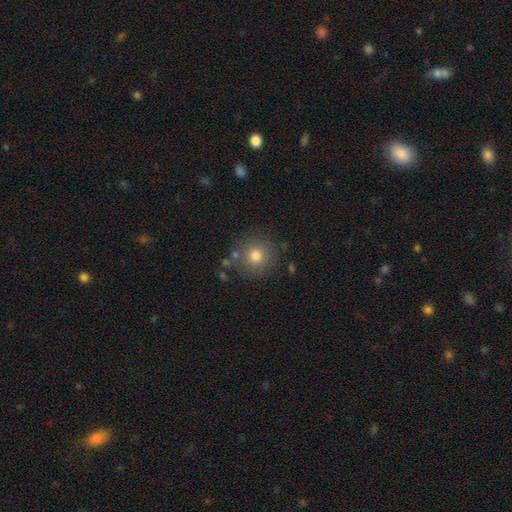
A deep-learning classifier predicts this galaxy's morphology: smooth 77%, star or artifact 13%, featured or disk 11%. Down the decision tree: how rounded — round (94%); merging — none (82%).